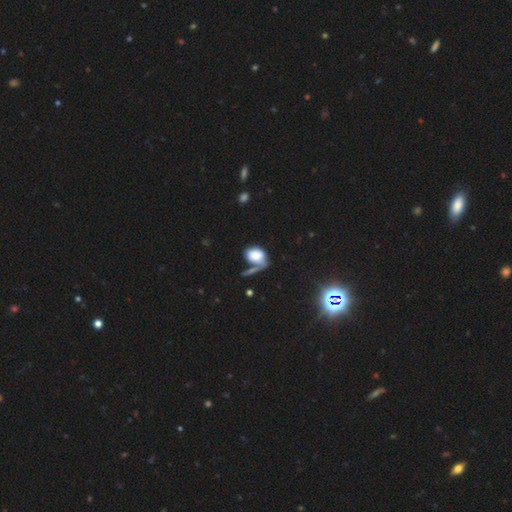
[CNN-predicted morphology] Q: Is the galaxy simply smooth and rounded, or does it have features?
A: smooth — 75%.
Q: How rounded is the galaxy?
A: in between — 75%.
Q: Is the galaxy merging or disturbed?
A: none — 34%.